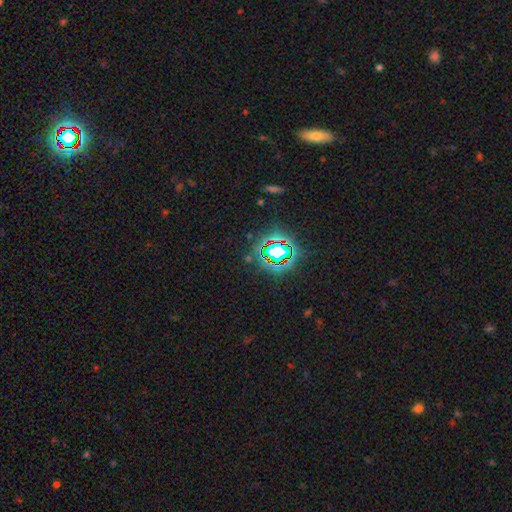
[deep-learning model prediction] A star or artifact, not a galaxy (78%).

Vote fractions:
- Smooth or featured? star or artifact: 78% / smooth: 14% / featured or disk: 8%